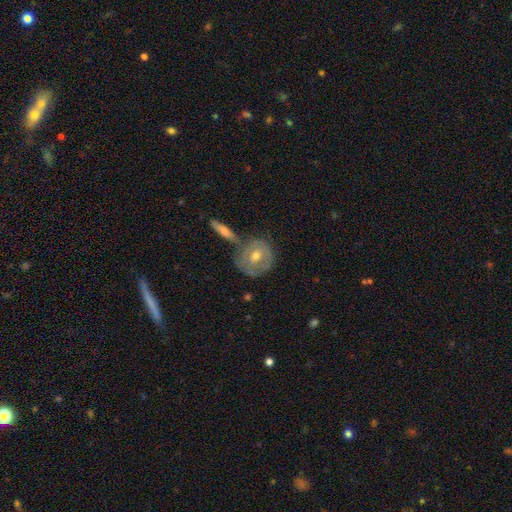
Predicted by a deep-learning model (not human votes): The model was most divided on "smooth or featured": featured or disk: 55%, smooth: 39%, star or artifact: 6%. More confident: edge-on disk — no (90%); merging — none (59%).